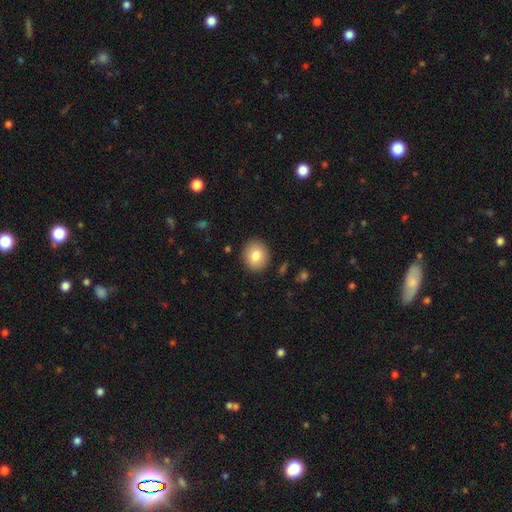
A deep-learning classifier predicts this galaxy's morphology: Smooth or featured?
  - smooth: 82% *
  - featured or disk: 10%
  - star or artifact: 8%
How rounded?
  - round: 71% *
  - in between: 28%
  - cigar-shaped: 1%
Merging?
  - none: 90% *
  - minor disturbance: 7%
  - major disturbance: 2%
  - merger: 1%